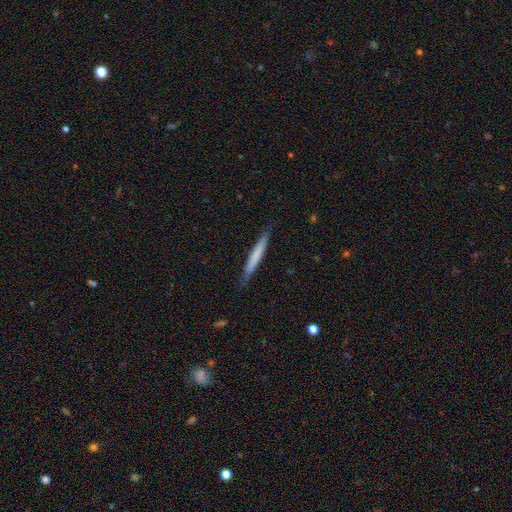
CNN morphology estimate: Smooth or featured: smooth — 63% (featured or disk — 31%)
How rounded: cigar-shaped — 96% (in between — 3%)
Merging: none — 85% (minor disturbance — 12%)